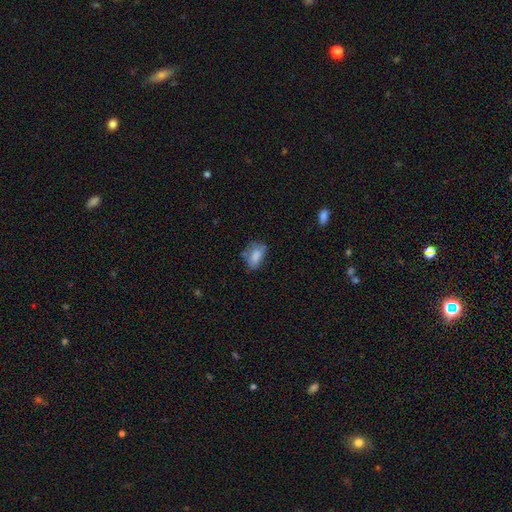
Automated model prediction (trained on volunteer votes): Smooth or featured: smooth — 76% (featured or disk — 15%)
How rounded: in between — 87% (round — 9%)
Merging: none — 53% (minor disturbance — 30%)